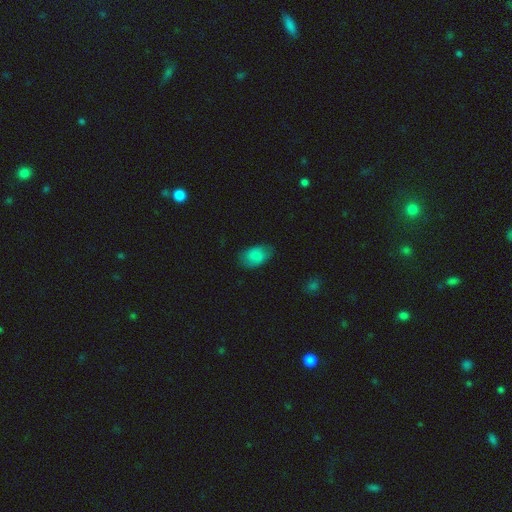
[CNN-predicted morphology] smooth-or-featured: smooth: 84% | star or artifact: 8% | featured or disk: 8%
  how-rounded: in between: 87% | round: 11% | cigar-shaped: 1%
  merging: none: 74% | minor disturbance: 20% | major disturbance: 5% | merger: 1%